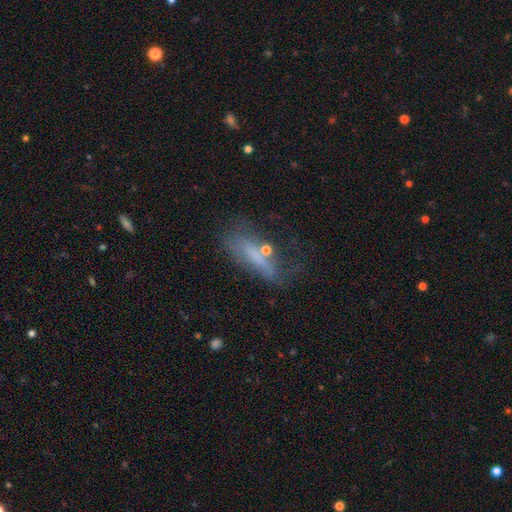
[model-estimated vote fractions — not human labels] Smooth or featured? Predicted: smooth (p=0.51). How rounded? Predicted: cigar-shaped (p=0.54). Merging? Predicted: none (p=0.45).